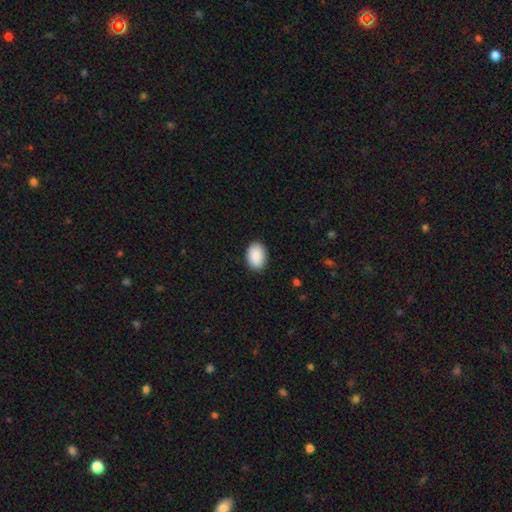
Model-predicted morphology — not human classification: This is clearly a smooth galaxy (91%). How rounded: clearly in between (86%). Merging: clearly none (89%).